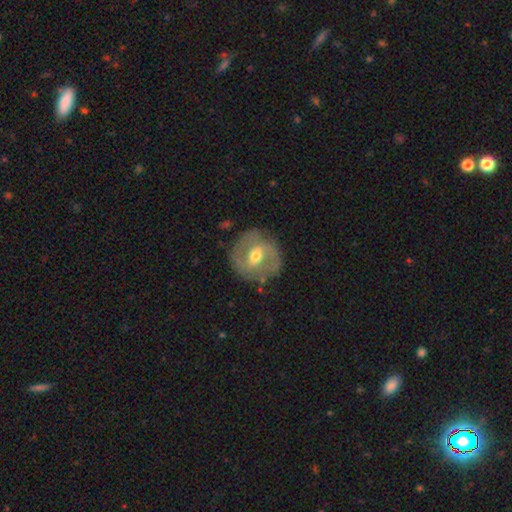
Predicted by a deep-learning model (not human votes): smooth_or_featured: featured or disk (p=0.74) [alt: smooth p=0.20]
disk_edge_on: no (p=0.96) [alt: yes p=0.04]
bar: weak (p=0.48) [alt: strong p=0.30]
has_spiral_arms: yes (p=0.79) [alt: no p=0.21]
spiral_winding: medium (p=0.46) [alt: tight p=0.36]
spiral_arm_count: 2 (p=0.83) [alt: can't tell p=0.10]
bulge_size: moderate (p=0.70) [alt: small p=0.24]
merging: none (p=0.80) [alt: minor disturbance p=0.14]